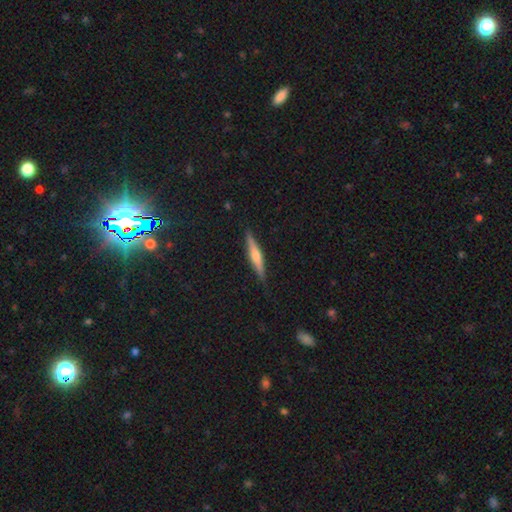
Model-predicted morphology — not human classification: This is likely a featured or disk galaxy (61%). It is clearly viewed edge-on (97%). Edge-on bulge: clearly rounded (85%). Merging: clearly none (89%).